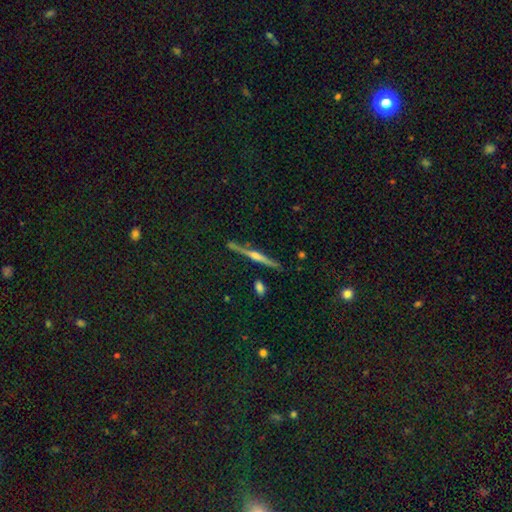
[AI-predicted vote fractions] smooth_or_featured: featured or disk (p=0.75) [alt: smooth p=0.17]
disk_edge_on: yes (p=0.98) [alt: no p=0.02]
edge_on_bulge: rounded (p=0.81) [alt: none p=0.10]
merging: none (p=0.85) [alt: minor disturbance p=0.10]